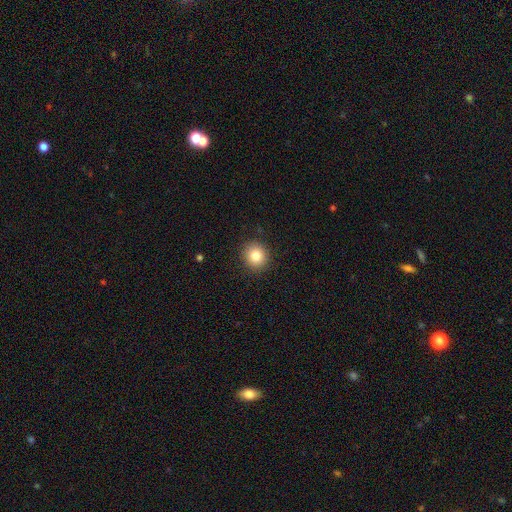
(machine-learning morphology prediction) Smooth or featured? Predicted: smooth (p=0.84). How rounded? Predicted: round (p=0.88). Merging? Predicted: none (p=0.91).